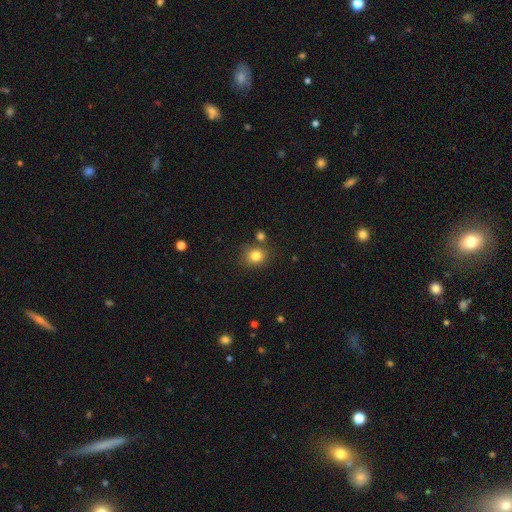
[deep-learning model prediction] smooth 82%, star or artifact 12%, featured or disk 6%. Down the decision tree: how rounded — round (74%); merging — none (75%).